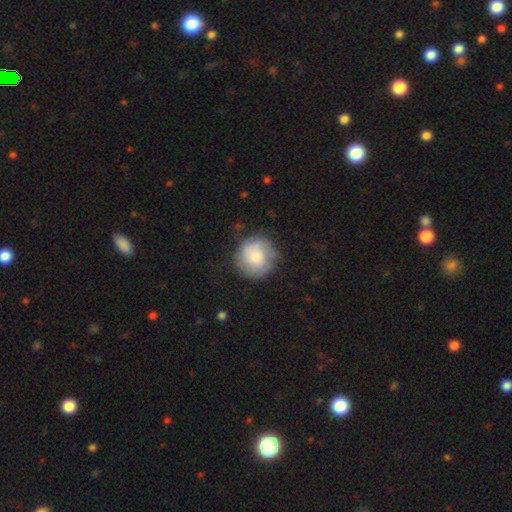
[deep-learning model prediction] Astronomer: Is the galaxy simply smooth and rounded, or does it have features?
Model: smooth — 66%.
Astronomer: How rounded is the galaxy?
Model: round — 92%.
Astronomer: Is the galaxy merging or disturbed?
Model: none — 74%.